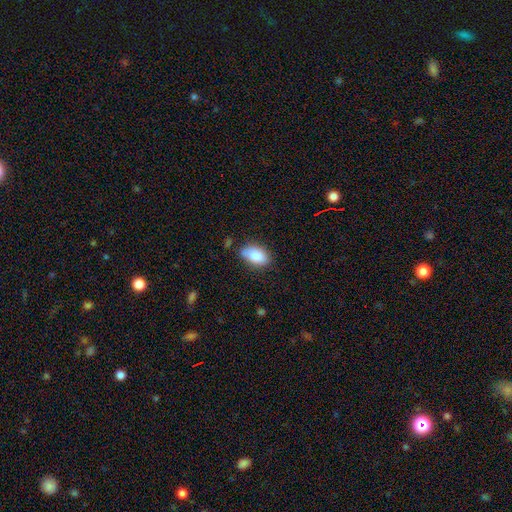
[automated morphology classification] Smooth or featured: smooth — 86% (star or artifact — 7%)
How rounded: in between — 92% (round — 6%)
Merging: none — 70% (minor disturbance — 22%)